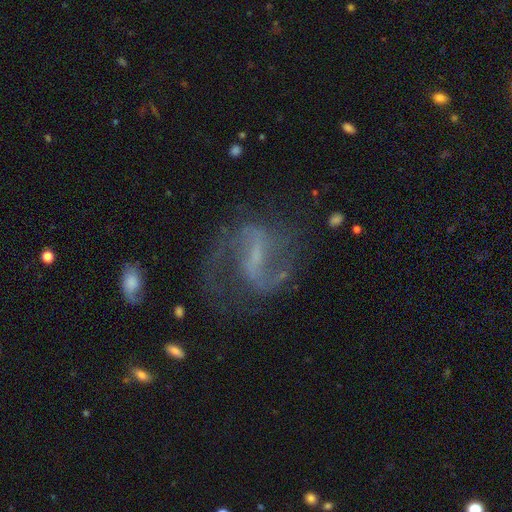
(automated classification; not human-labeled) Morphology: type=featured or disk (88%); edge-on=no (97%); bar=weak (44%); spiral arms=yes (95%); winding=medium (52%); arm count=2 (89%); bulge=small (50%); merging=none (68%).